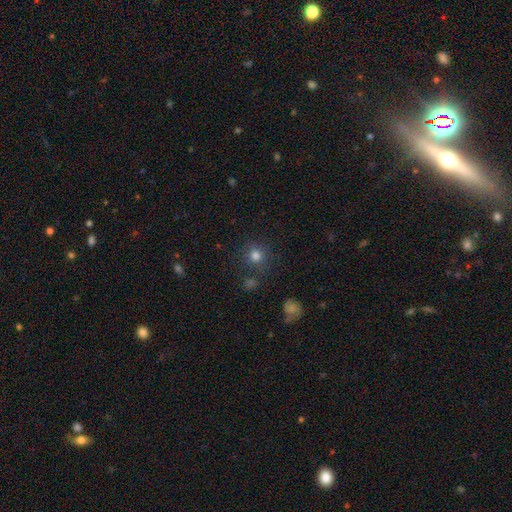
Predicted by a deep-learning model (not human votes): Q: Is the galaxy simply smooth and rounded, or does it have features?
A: smooth — 79%.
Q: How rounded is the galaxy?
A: round — 90%.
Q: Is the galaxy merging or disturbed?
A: none — 81%.